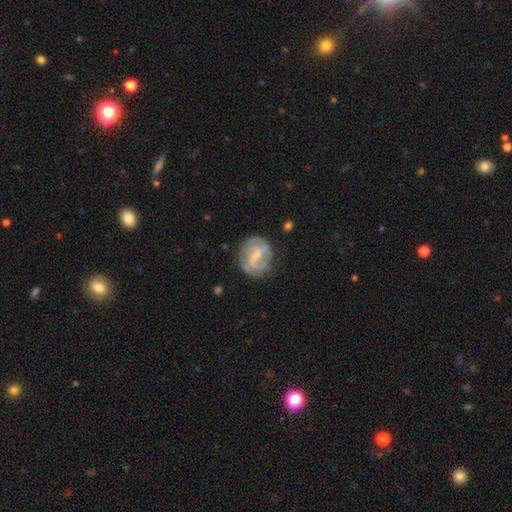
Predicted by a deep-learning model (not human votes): Morphology: type=featured or disk (76%); edge-on=no (98%); bar=weak (52%); spiral arms=yes (88%); winding=medium (43%); arm count=2 (67%); bulge=small (45%); merging=none (70%).